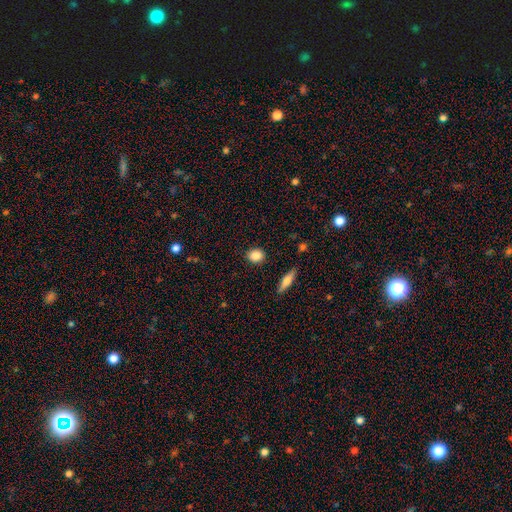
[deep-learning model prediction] The model was most divided on "how rounded": round: 61%, in between: 37%, cigar-shaped: 3%. More confident: merging — none (89%); smooth or featured — smooth (87%).